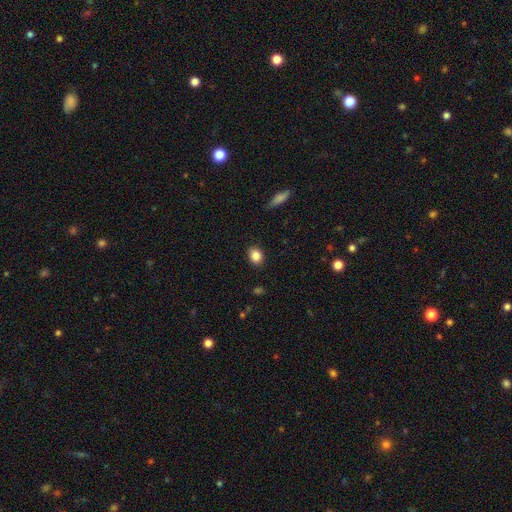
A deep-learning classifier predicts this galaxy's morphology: This appears to be a smooth galaxy with no disk features (85%) that is in between round and cigar-shaped (51%). Merging: none (89%).